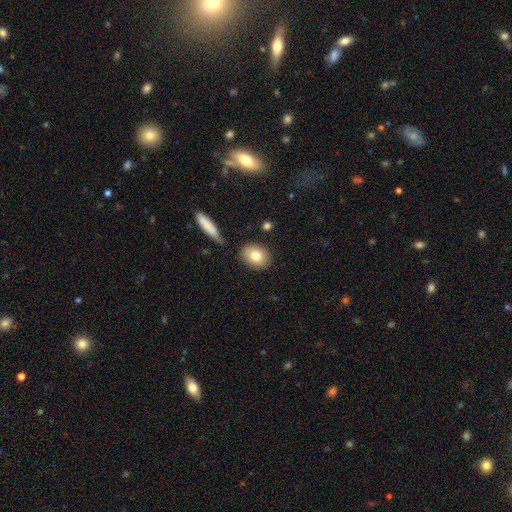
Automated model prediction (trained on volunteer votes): Morphology: type=smooth (78%); roundness=in between (59%); merging=none (83%).